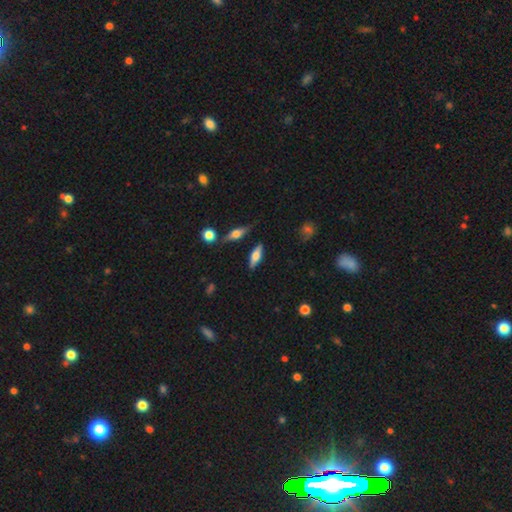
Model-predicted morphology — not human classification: Smooth or featured?
  - featured or disk: 48% *
  - smooth: 45%
  - star or artifact: 7%
Merging?
  - none: 81% *
  - minor disturbance: 12%
  - merger: 4%
  - major disturbance: 3%